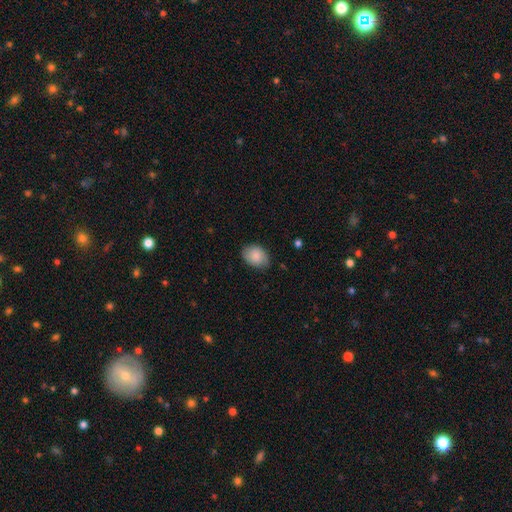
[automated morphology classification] Smooth or featured? smooth (86%)
How rounded? in between (73%)
Merging? none (79%)